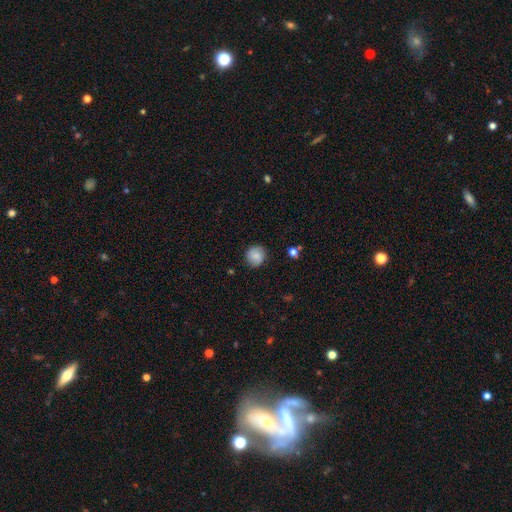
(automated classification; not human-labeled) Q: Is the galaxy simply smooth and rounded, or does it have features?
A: smooth — 73%.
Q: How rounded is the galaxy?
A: round — 89%.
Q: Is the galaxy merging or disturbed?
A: none — 85%.